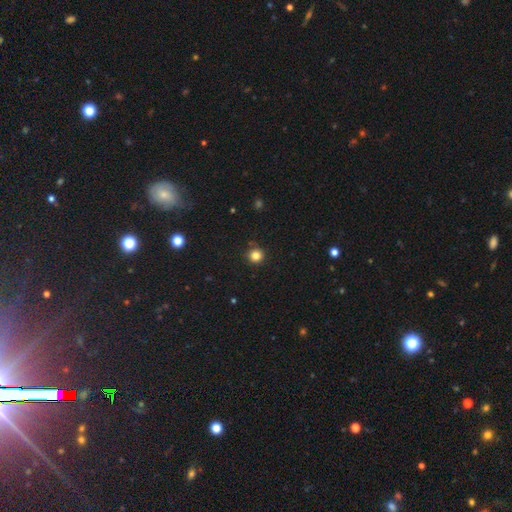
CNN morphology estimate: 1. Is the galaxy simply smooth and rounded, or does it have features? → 83% smooth, 13% star or artifact, 4% featured or disk.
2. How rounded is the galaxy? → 95% round, 4% in between, 1% cigar-shaped.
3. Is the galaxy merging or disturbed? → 89% none, 8% minor disturbance, 2% major disturbance, 2% merger.